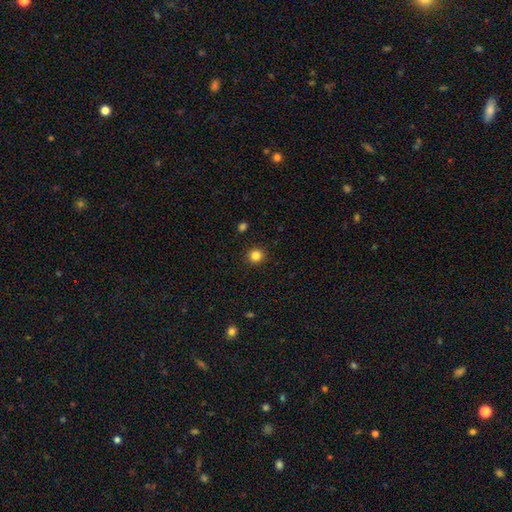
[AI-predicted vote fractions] Morphology: type=smooth (84%); roundness=round (93%); merging=none (92%).